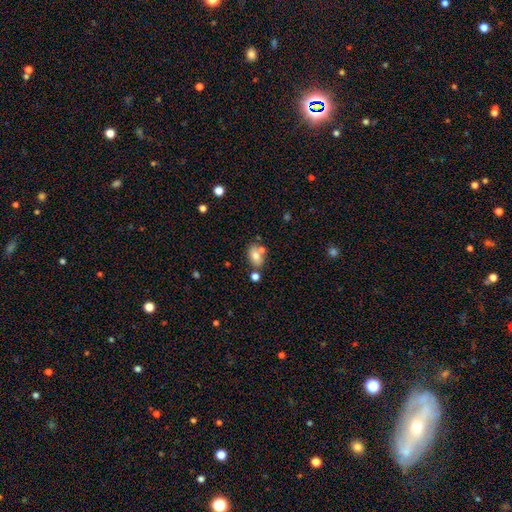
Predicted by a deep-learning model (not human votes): smooth_or_featured: smooth (p=0.73) [alt: featured or disk p=0.17]
how_rounded: in between (p=0.85) [alt: round p=0.13]
merging: none (p=0.59) [alt: merger p=0.23]